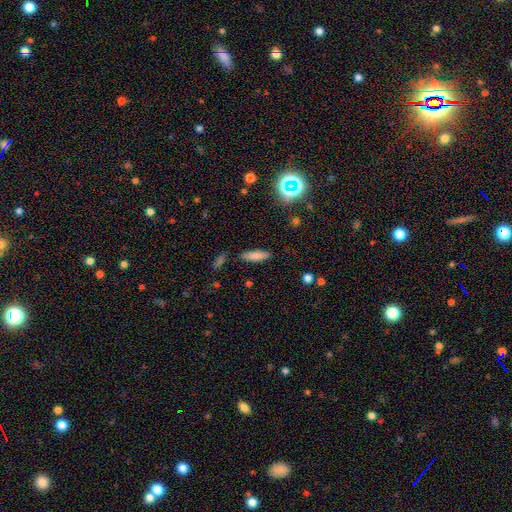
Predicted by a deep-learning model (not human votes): A smooth galaxy with no disk features (78%) that is cigar-shaped (53%). Merging: none (86%).